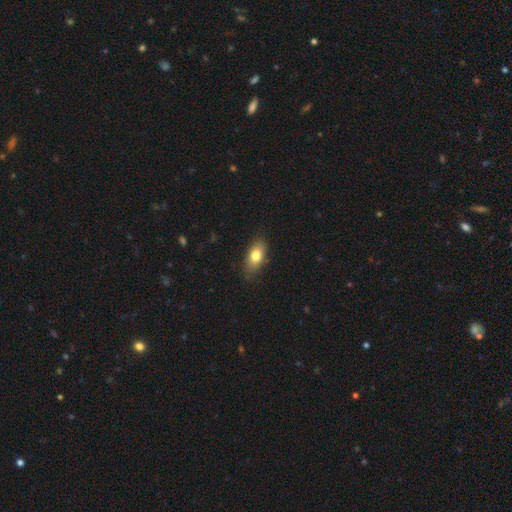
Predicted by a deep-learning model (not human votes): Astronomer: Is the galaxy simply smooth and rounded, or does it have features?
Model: smooth — 77%.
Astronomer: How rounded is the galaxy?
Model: in between — 87%.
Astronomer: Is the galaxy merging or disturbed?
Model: none — 81%.